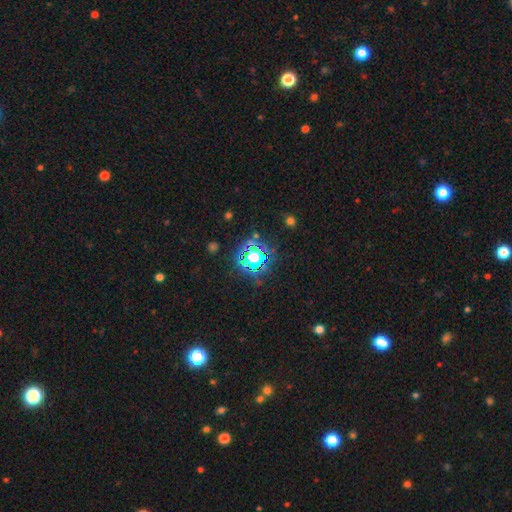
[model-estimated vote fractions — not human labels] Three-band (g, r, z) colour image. It shows a star or artifact, not a galaxy (74%).